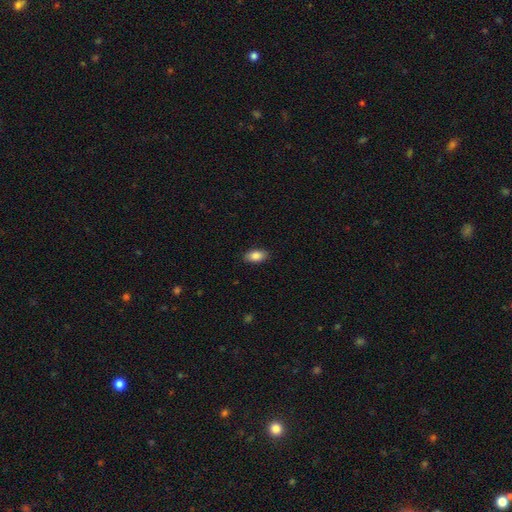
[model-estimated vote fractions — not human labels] This appears to be a smooth galaxy with no disk features (87%) that is in between round and cigar-shaped (92%). Merging: none (88%).